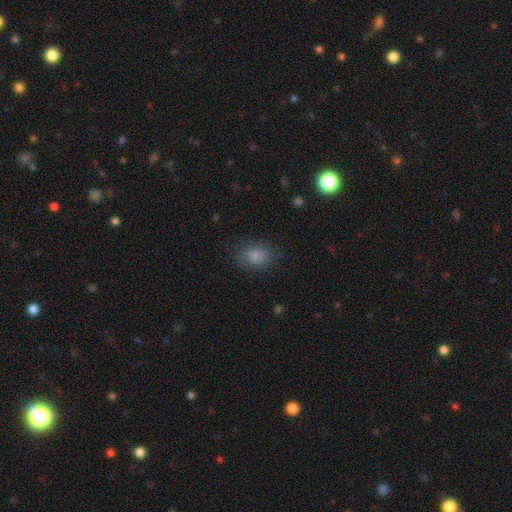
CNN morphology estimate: smooth 82%, star or artifact 10%, featured or disk 8%. Down the decision tree: how rounded — in between (66%); merging — none (77%).